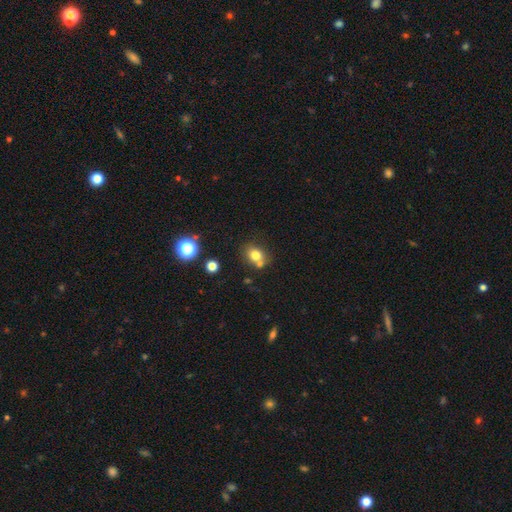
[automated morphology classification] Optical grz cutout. It shows a smooth galaxy with no disk features (77%) that is round (53%). Merging: none (58%).